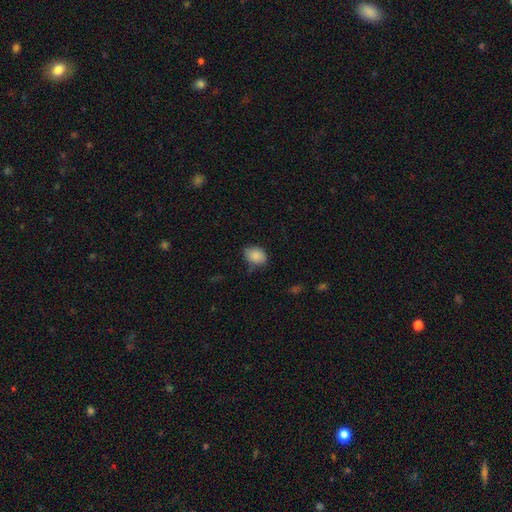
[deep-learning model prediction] smooth-or-featured: smooth: 87% | star or artifact: 8% | featured or disk: 5%
  how-rounded: in between: 67% | round: 32% | cigar-shaped: 1%
  merging: none: 68% | minor disturbance: 25% | major disturbance: 5% | merger: 2%